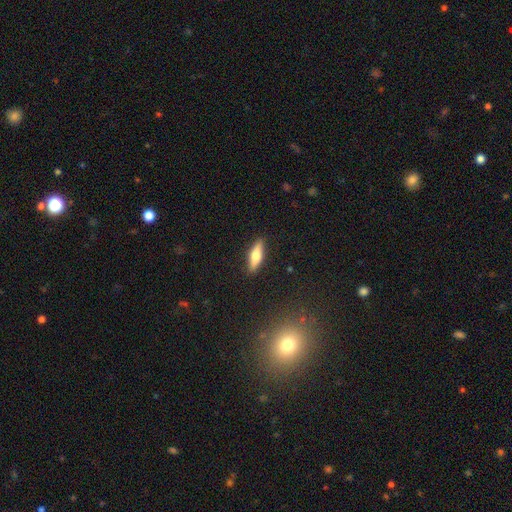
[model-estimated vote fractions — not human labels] Q: Smooth or featured?
A: smooth (58%); runner-up: featured or disk (36%)
Q: How rounded?
A: cigar-shaped (56%); runner-up: in between (41%)
Q: Merging?
A: none (89%); runner-up: minor disturbance (8%)